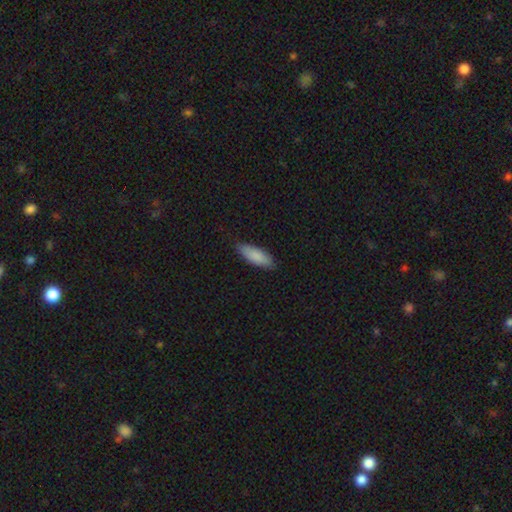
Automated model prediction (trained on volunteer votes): smooth_or_featured: smooth (p=0.87) [alt: featured or disk p=0.08]
how_rounded: in between (p=0.69) [alt: cigar-shaped p=0.30]
merging: none (p=0.84) [alt: minor disturbance p=0.13]